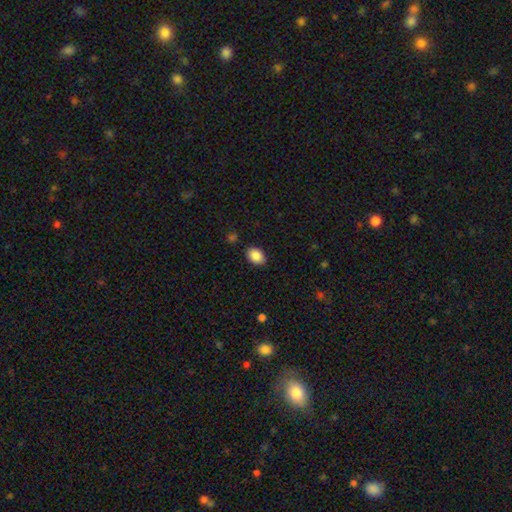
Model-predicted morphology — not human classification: This is clearly a smooth galaxy (88%). How rounded: clearly in between (80%). Merging: clearly none (87%).